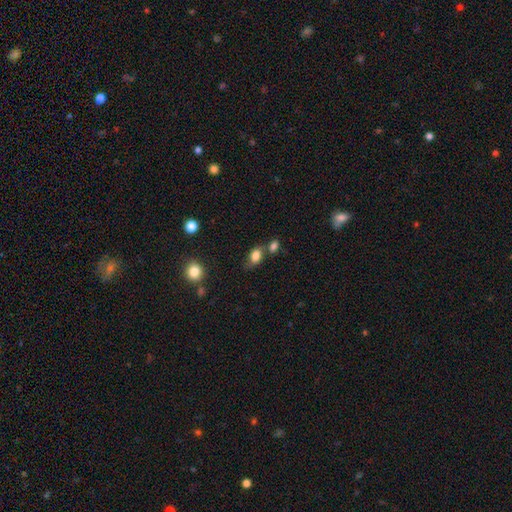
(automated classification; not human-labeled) A smooth galaxy with no disk features (81%) that is in between round and cigar-shaped (79%).

Vote fractions:
- Smooth or featured? smooth: 81% / star or artifact: 10% / featured or disk: 9%
- How rounded? in between: 79% / round: 18% / cigar-shaped: 3%
- Merging? none: 51% / merger: 24% / minor disturbance: 19% / major disturbance: 6%